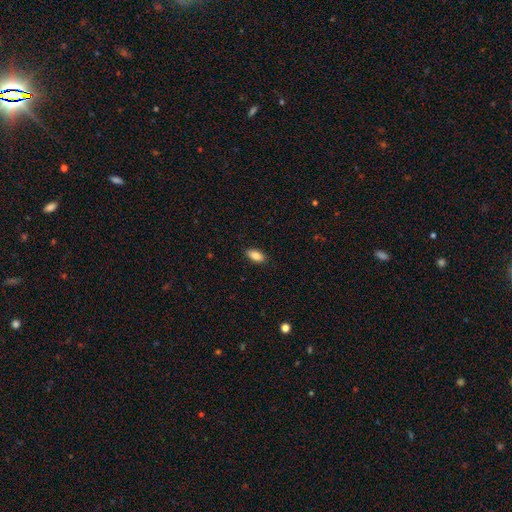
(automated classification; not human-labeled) Overall: smooth (85%). How rounded: in between (91%). Merging: none (89%).